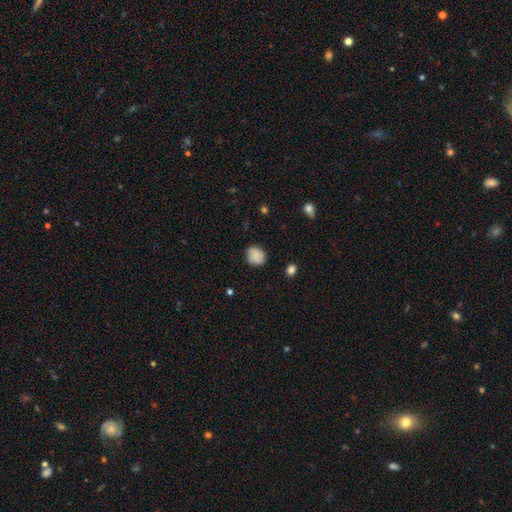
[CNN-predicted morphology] This appears to be a smooth galaxy with no disk features (82%) that is round (74%). Merging: none (78%).